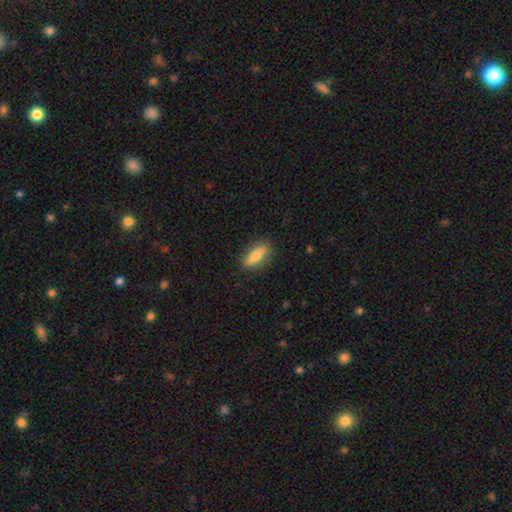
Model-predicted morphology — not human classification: Smooth or featured? Predicted: smooth (p=0.66). How rounded? Predicted: in between (p=0.58). Merging? Predicted: none (p=0.84).